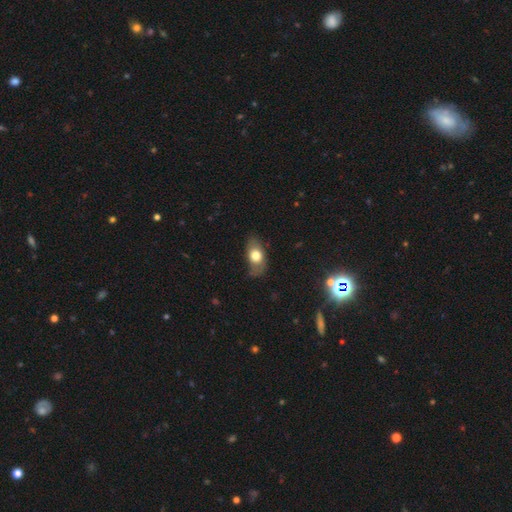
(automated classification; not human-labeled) Q: Smooth or featured?
A: smooth (70%); runner-up: featured or disk (22%)
Q: How rounded?
A: in between (85%); runner-up: round (11%)
Q: Merging?
A: none (66%); runner-up: minor disturbance (25%)